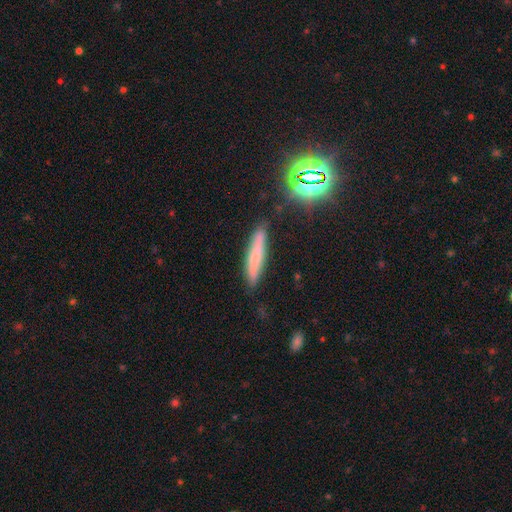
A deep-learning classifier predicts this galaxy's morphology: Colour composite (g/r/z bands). It shows a smooth galaxy with no disk features (61%) that is cigar-shaped (90%). Merging: none (82%).